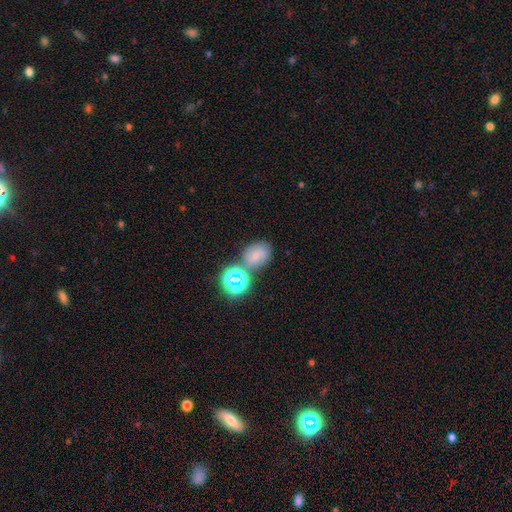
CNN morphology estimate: A featured or disk galaxy (39%).

Vote fractions:
- Smooth or featured? featured or disk: 39% / smooth: 38% / star or artifact: 23%
- Merging? none: 58% / merger: 19% / minor disturbance: 17% / major disturbance: 6%